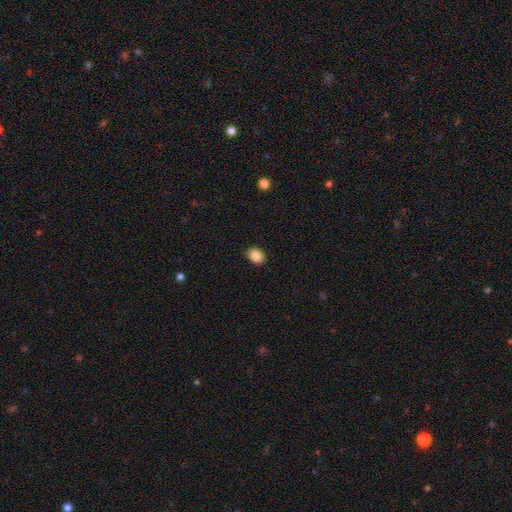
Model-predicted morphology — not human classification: A smooth galaxy with no disk features (87%) that is in between round and cigar-shaped (58%).

Vote fractions:
- Smooth or featured? smooth: 87% / star or artifact: 9% / featured or disk: 4%
- How rounded? in between: 58% / round: 41% / cigar-shaped: 1%
- Merging? none: 89% / minor disturbance: 8% / major disturbance: 2% / merger: 1%